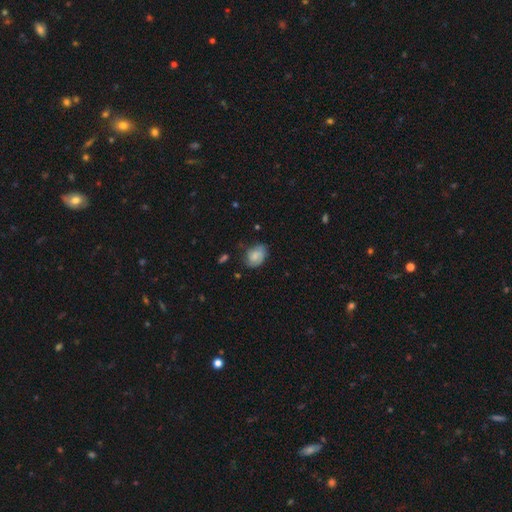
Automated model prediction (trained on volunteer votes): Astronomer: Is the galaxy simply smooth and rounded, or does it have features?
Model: smooth — 58%.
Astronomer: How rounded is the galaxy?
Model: in between — 69%.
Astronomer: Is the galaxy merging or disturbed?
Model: none — 65%.